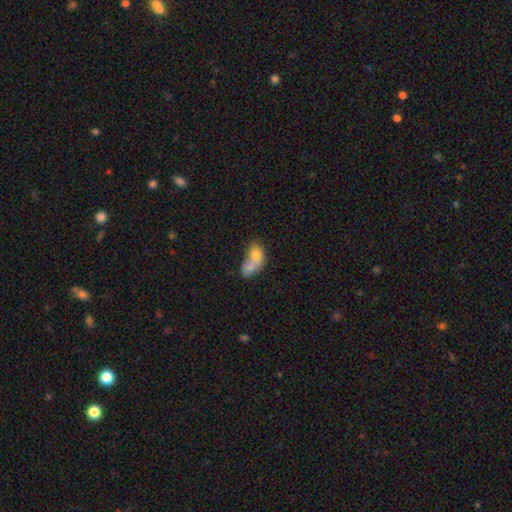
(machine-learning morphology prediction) Smooth or featured? smooth (72%)
How rounded? in between (74%)
Merging? merger (73%)